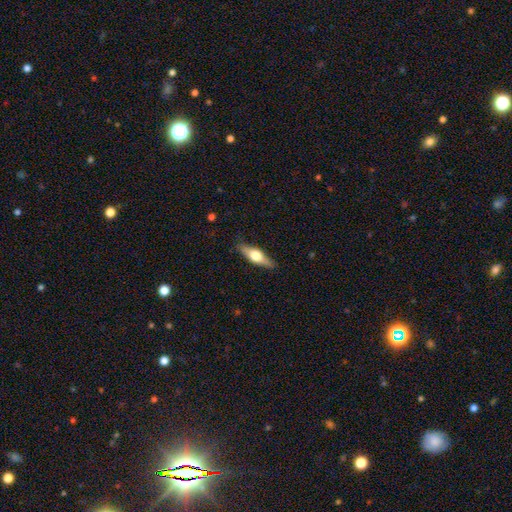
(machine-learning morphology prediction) This appears to be a featured or disk galaxy (55%) viewed edge-on (93%) with a rounded central bulge (94%). Merging: none (87%).